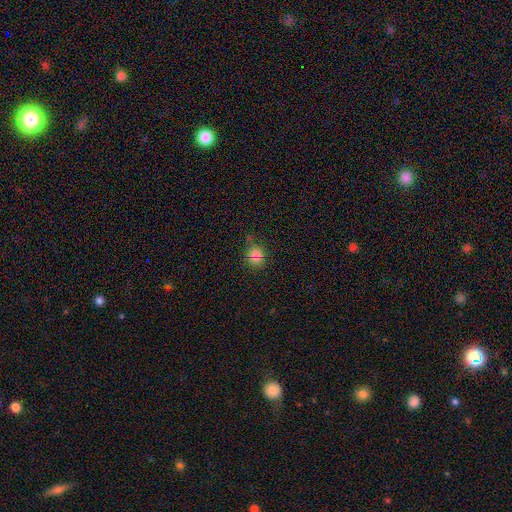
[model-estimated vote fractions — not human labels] This is likely a smooth galaxy (70%). How rounded: likely round (79%). Merging: clearly none (82%).